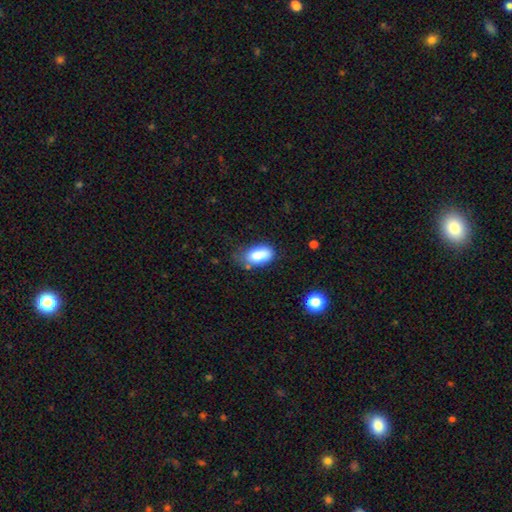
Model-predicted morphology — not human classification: smooth_or_featured: smooth (p=0.85) [alt: star or artifact p=0.08]
how_rounded: in between (p=0.93) [alt: round p=0.04]
merging: none (p=0.57) [alt: minor disturbance p=0.31]